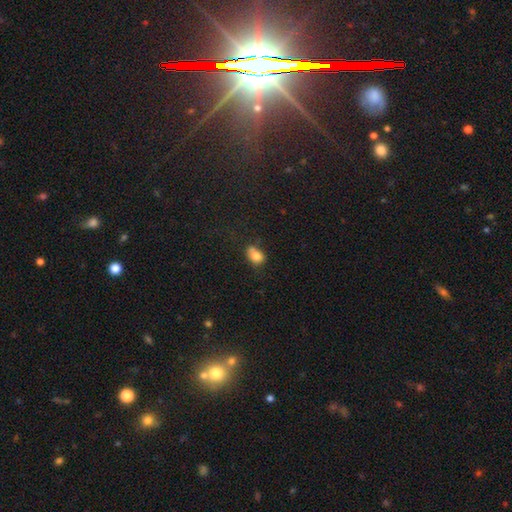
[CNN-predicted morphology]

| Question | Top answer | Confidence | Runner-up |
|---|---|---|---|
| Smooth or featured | smooth | 79% | star or artifact (11%) |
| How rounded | in between | 67% | round (31%) |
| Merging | none | 41% | minor disturbance (26%) |